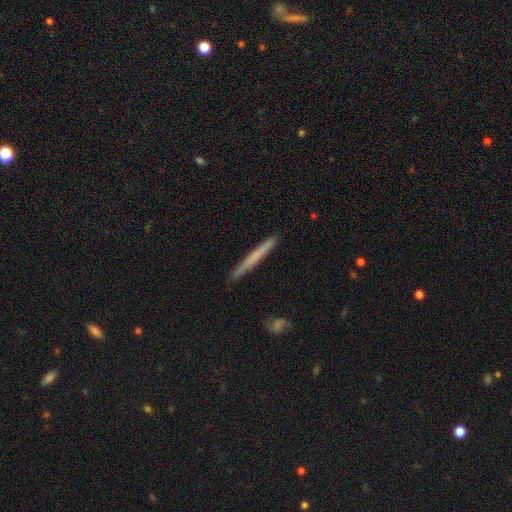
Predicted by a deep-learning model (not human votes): Smooth or featured: smooth — 60% (featured or disk — 34%)
How rounded: cigar-shaped — 97% (in between — 2%)
Merging: none — 90% (minor disturbance — 7%)